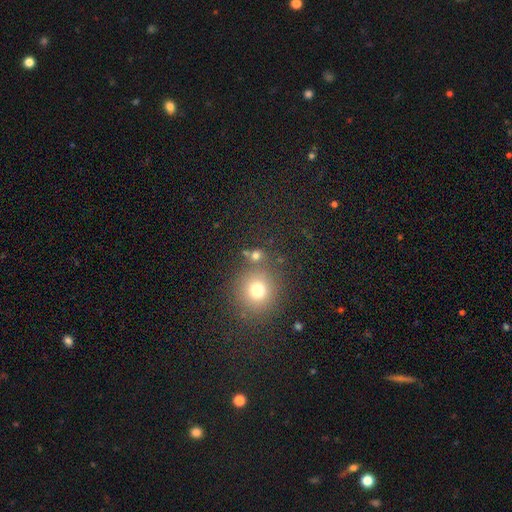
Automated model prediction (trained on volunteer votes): A smooth galaxy with no disk features (71%) that is round (86%).

Vote fractions:
- Smooth or featured? smooth: 71% / star or artifact: 21% / featured or disk: 9%
- How rounded? round: 86% / in between: 13% / cigar-shaped: 1%
- Merging? none: 72% / merger: 15% / minor disturbance: 9% / major disturbance: 5%